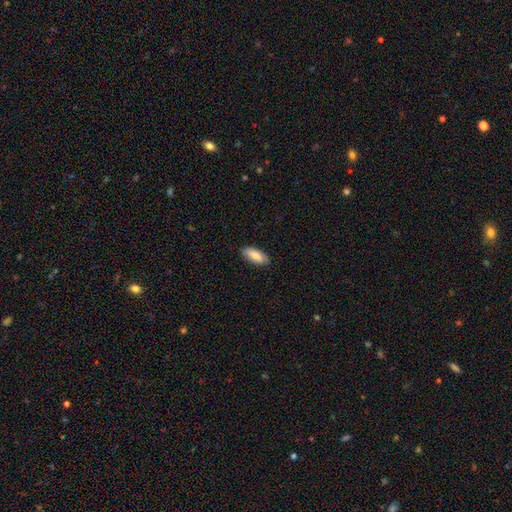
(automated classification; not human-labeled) smooth 78%, featured or disk 16%, star or artifact 6%. Down the decision tree: how rounded — in between (83%); merging — none (84%).